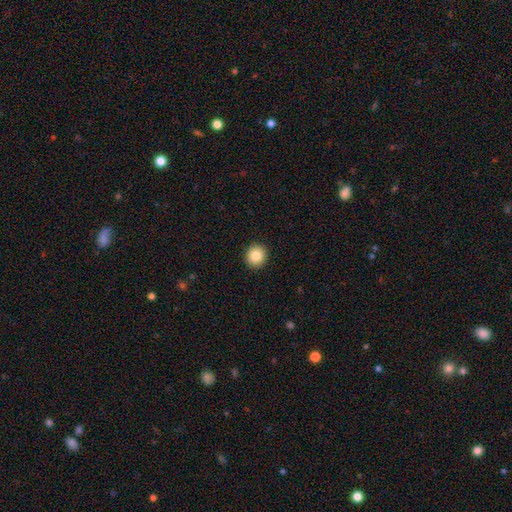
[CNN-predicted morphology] The model was most divided on "how rounded": round: 87%, in between: 12%, cigar-shaped: 1%. More confident: merging — none (93%); smooth or featured — smooth (85%).